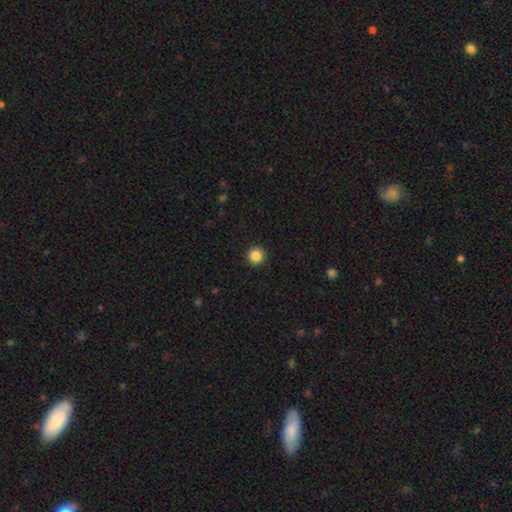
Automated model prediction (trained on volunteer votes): Smooth or featured: smooth — 86% (star or artifact — 10%)
How rounded: round — 95% (in between — 4%)
Merging: none — 93% (minor disturbance — 4%)